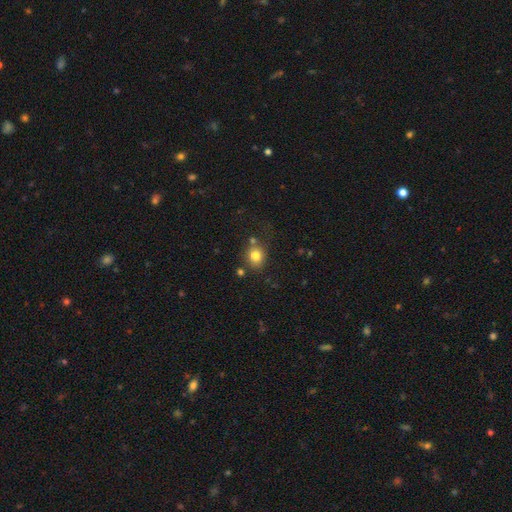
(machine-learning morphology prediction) A smooth galaxy with no disk features (79%) that is round (71%). Merging: none (70%).